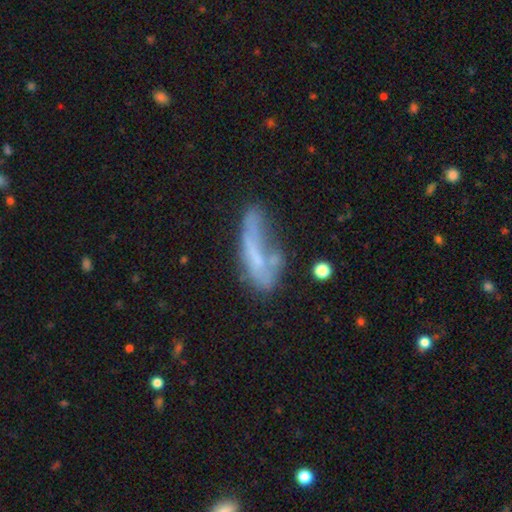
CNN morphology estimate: Overall: smooth (47%; featured or disk 42%). Merging: major disturbance (30%; none 28%).